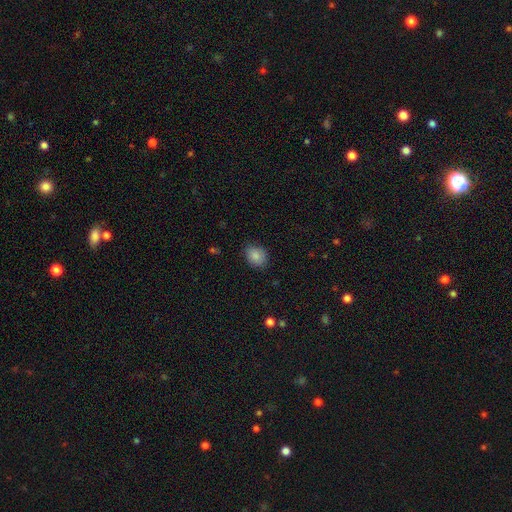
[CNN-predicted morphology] This appears to be a smooth galaxy with no disk features (86%) that is round (52%). Merging: none (80%).